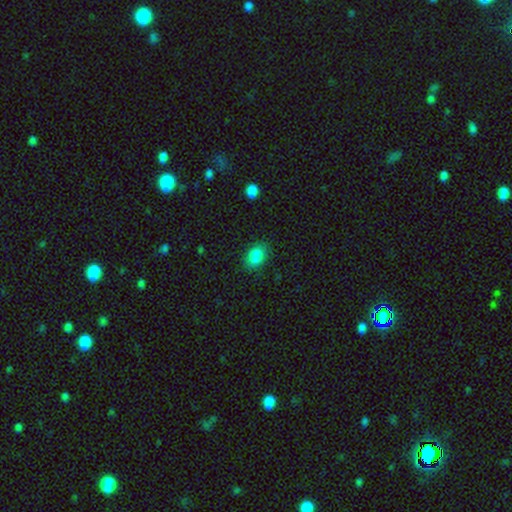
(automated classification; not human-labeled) Smooth or featured? smooth (86%)
How rounded? in between (77%)
Merging? none (84%)